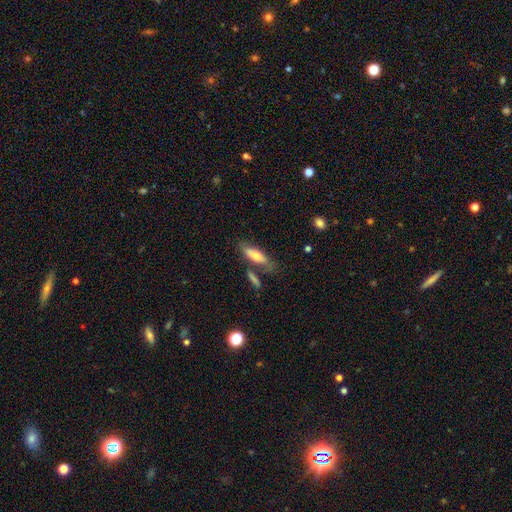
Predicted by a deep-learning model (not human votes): Smooth or featured: smooth — 64% (featured or disk — 29%)
How rounded: in between — 49% (cigar-shaped — 48%)
Merging: none — 63% (minor disturbance — 18%)